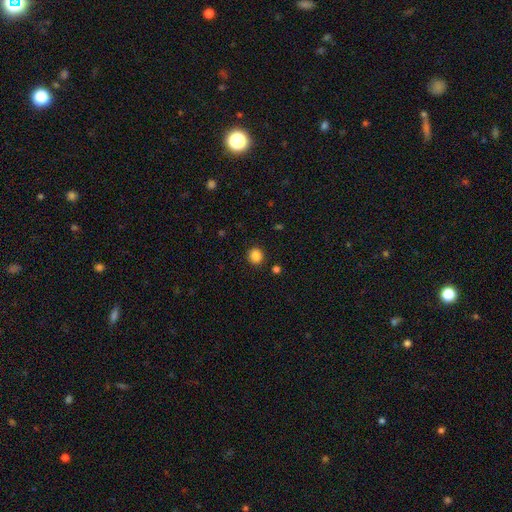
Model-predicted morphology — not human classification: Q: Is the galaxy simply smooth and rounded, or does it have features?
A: smooth — 86%.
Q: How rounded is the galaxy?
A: round — 77%.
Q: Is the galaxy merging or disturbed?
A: none — 89%.